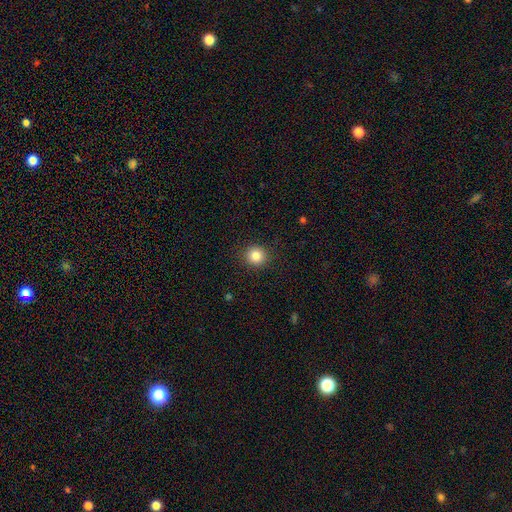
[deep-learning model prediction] Overall: smooth (85%). How rounded: round (90%). Merging: none (90%).